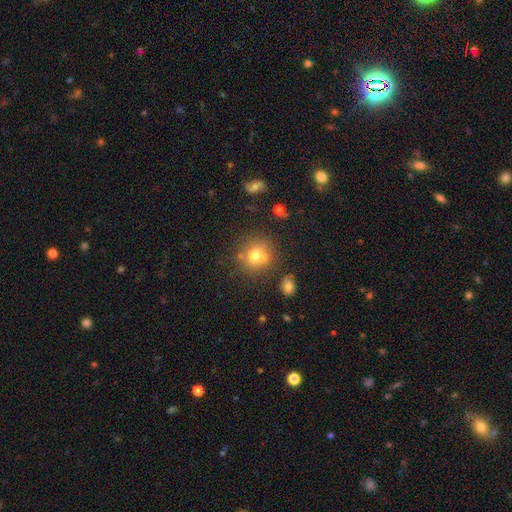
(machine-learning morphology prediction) This appears to be a smooth galaxy with no disk features (70%) that is round (81%). Merging: none (60%).